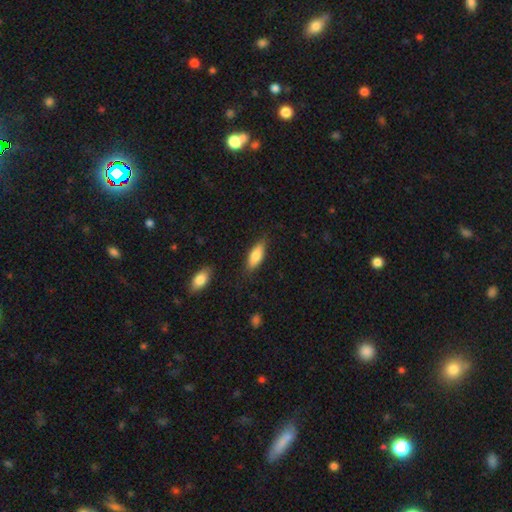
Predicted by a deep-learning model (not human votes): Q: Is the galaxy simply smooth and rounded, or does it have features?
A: smooth — 77%.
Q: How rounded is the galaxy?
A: in between — 72%.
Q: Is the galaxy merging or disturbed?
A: none — 81%.